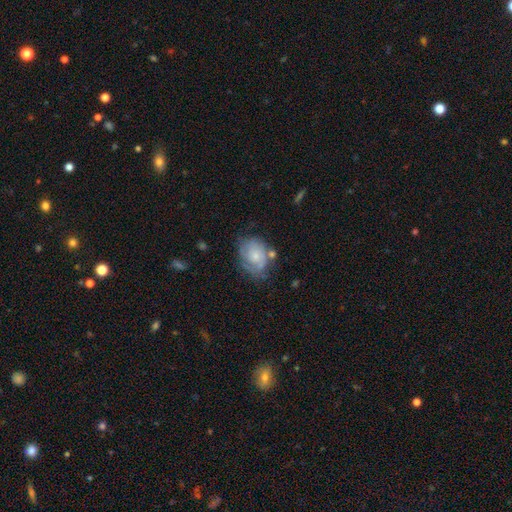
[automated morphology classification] Smooth or featured: featured or disk — 55% (smooth — 37%)
Edge-on disk: no — 97% (yes — 3%)
Bar: no — 80% (weak — 18%)
Spiral arms: yes — 75% (no — 25%)
Bulge size: small — 59% (moderate — 28%)
Merging: none — 50% (minor disturbance — 27%)